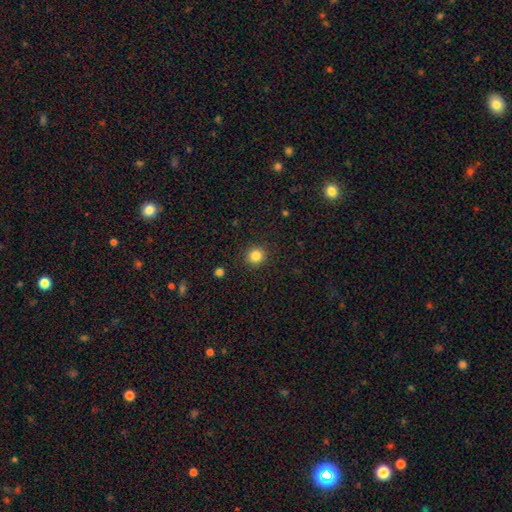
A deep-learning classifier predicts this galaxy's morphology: Overall: smooth (85%). How rounded: round (91%). Merging: none (91%).